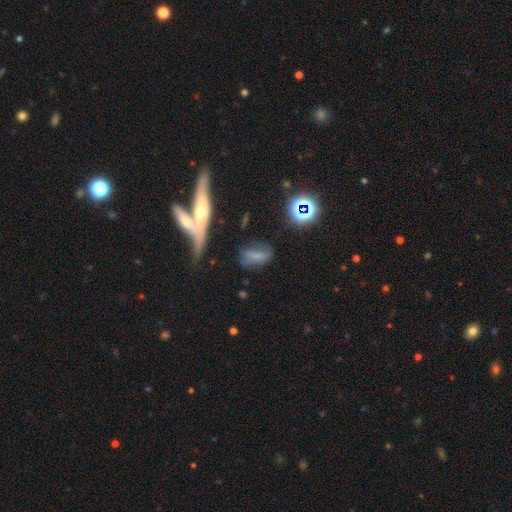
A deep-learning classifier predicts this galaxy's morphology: smooth_or_featured: smooth (p=0.56) [alt: featured or disk p=0.29]
how_rounded: in between (p=0.69) [alt: cigar-shaped p=0.24]
merging: none (p=0.53) [alt: minor disturbance p=0.23]